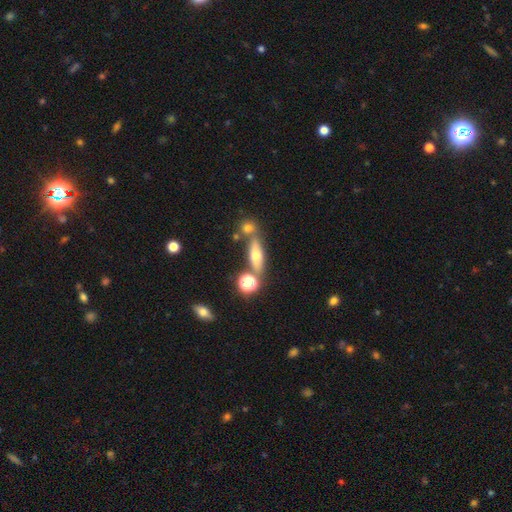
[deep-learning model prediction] This is possibly a smooth galaxy (49%). Merging: likely none (64%).